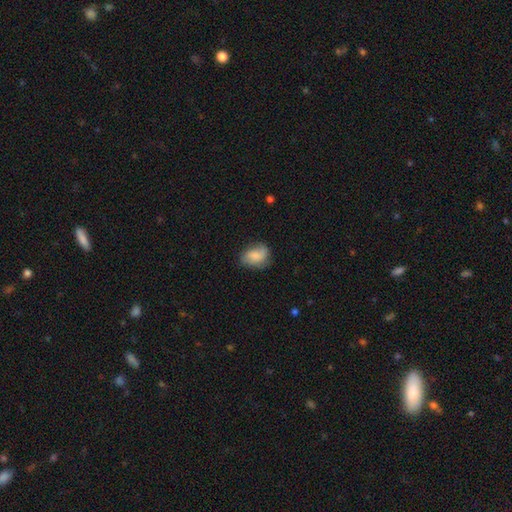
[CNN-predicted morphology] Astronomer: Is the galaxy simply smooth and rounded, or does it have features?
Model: smooth — 70%.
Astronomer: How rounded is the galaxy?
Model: in between — 75%.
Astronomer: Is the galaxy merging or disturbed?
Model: none — 60%.